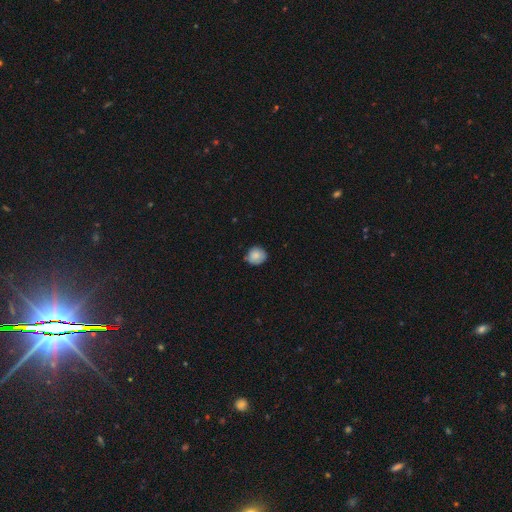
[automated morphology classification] Overall: smooth (83%). How rounded: round (82%). Merging: none (72%).